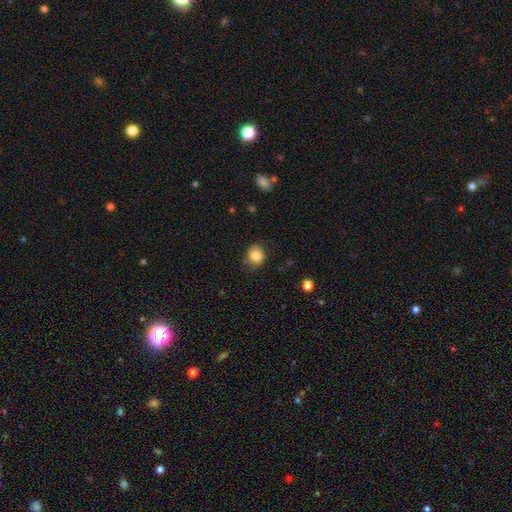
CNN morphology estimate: Smooth or featured? Predicted: smooth (p=0.83). How rounded? Predicted: round (p=0.68). Merging? Predicted: none (p=0.76).